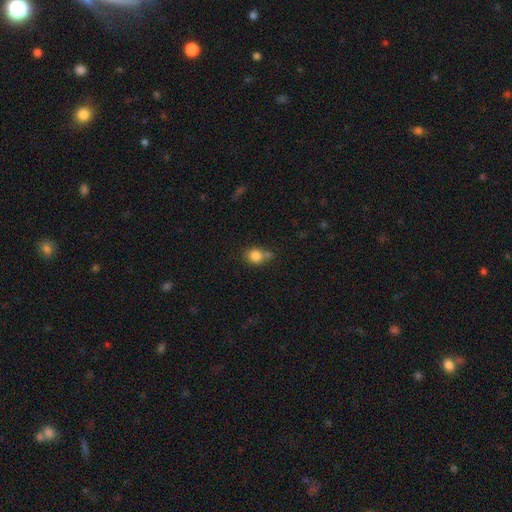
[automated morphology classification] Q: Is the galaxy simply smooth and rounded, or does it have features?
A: smooth — 82%.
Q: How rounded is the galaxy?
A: round — 69%.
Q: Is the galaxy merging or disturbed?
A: none — 49%.